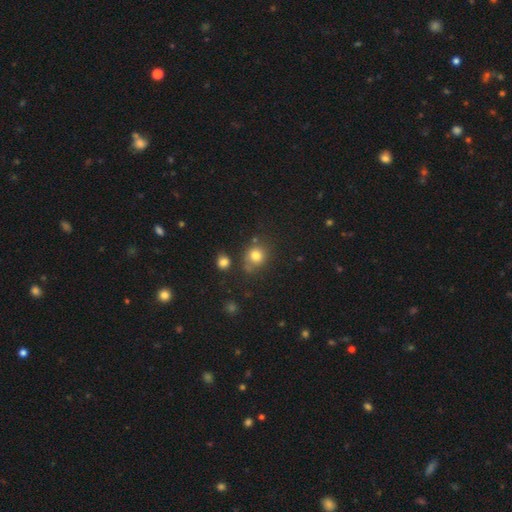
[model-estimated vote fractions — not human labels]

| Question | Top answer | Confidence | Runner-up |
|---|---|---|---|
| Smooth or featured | smooth | 78% | star or artifact (13%) |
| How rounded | round | 78% | in between (21%) |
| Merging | none | 65% | minor disturbance (18%) |